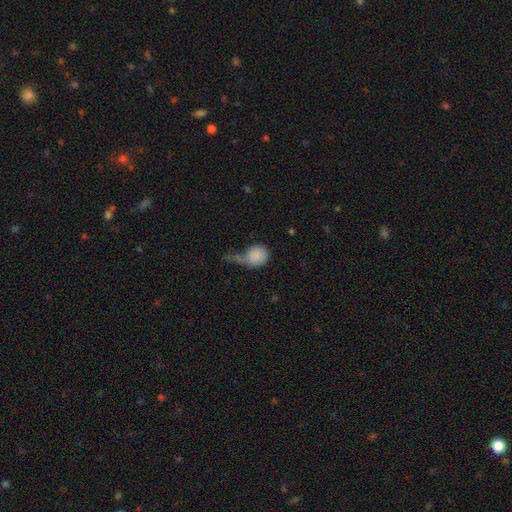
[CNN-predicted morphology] The model was most divided on "merging": major disturbance: 29%, none: 28%, minor disturbance: 25%, merger: 17%. More confident: smooth or featured — smooth (84%); how rounded — round (75%).